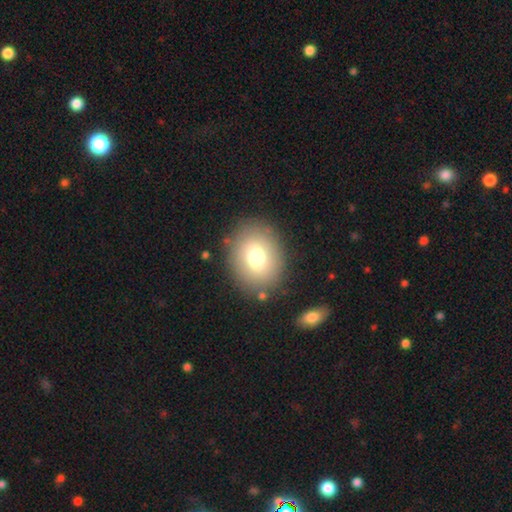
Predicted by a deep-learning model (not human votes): smooth-or-featured: smooth: 70% | featured or disk: 18% | star or artifact: 11%
  how-rounded: round: 54% | in between: 45% | cigar-shaped: 1%
  merging: none: 83% | minor disturbance: 10% | major disturbance: 5% | merger: 3%